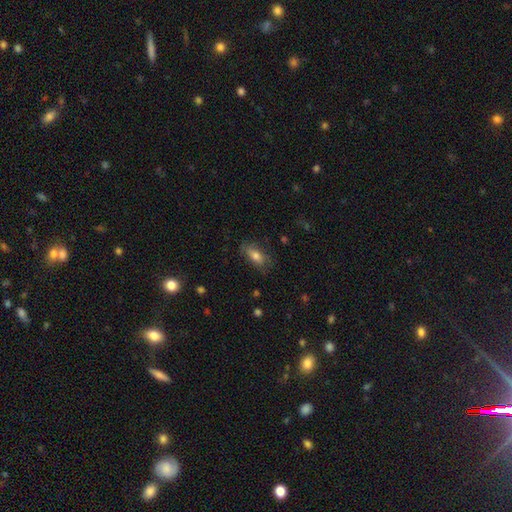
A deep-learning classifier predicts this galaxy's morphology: type=smooth (72%); roundness=in between (81%); merging=none (72%).